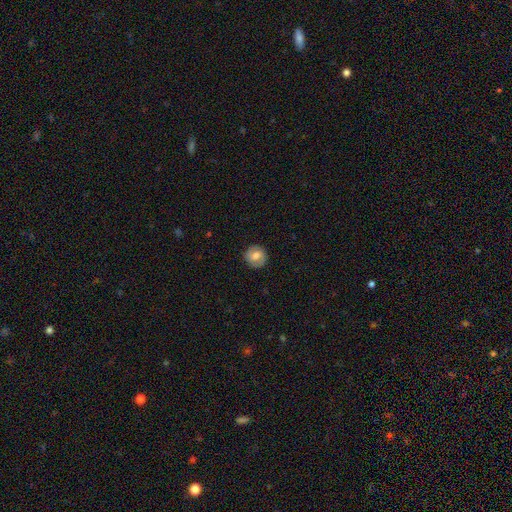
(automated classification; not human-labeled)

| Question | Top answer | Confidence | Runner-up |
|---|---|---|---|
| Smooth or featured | smooth | 71% | featured or disk (21%) |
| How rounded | round | 90% | in between (9%) |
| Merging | none | 88% | minor disturbance (8%) |